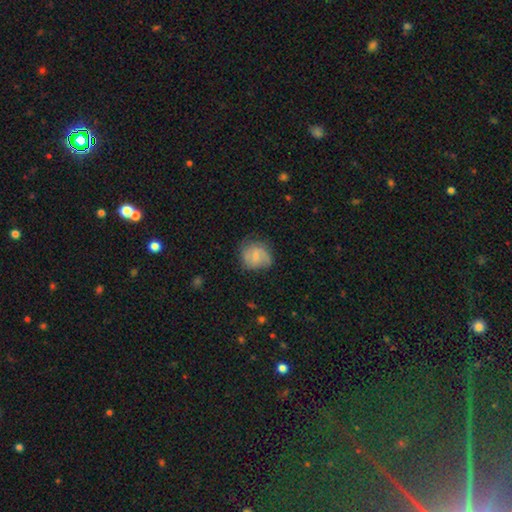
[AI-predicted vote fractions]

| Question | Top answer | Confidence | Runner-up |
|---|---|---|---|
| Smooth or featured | smooth | 55% | featured or disk (37%) |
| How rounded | round | 74% | in between (25%) |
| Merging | none | 60% | minor disturbance (27%) |